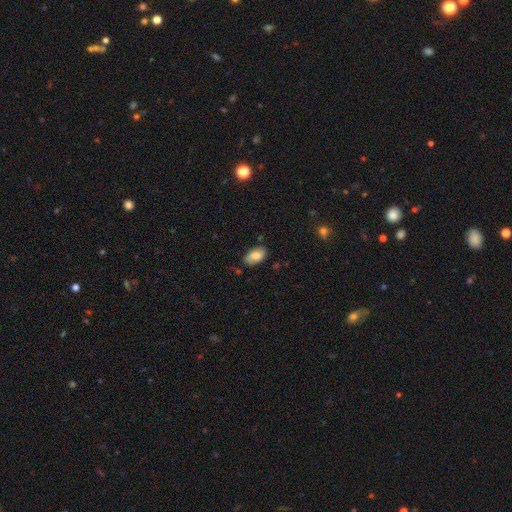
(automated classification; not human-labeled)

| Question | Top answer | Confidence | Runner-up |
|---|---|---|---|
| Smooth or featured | smooth | 76% | featured or disk (16%) |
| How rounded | in between | 93% | round (5%) |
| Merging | none | 74% | minor disturbance (20%) |